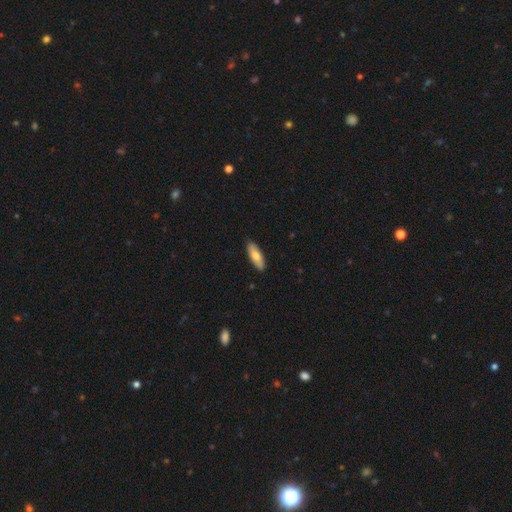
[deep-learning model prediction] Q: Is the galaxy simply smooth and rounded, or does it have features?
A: smooth — 74%.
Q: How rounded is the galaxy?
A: in between — 58%.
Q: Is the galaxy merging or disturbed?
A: none — 90%.